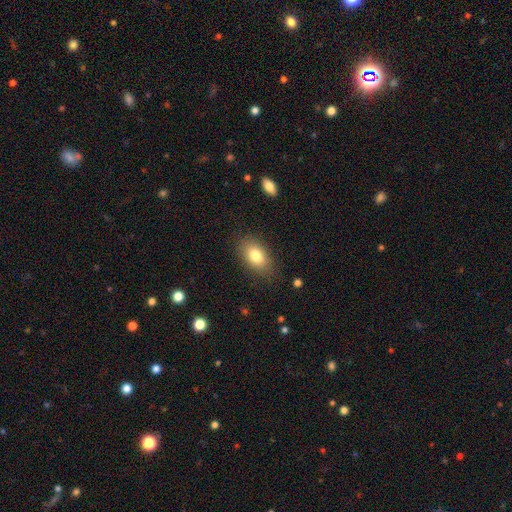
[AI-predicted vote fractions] This appears to be a smooth galaxy with no disk features (80%) that is in between round and cigar-shaped (87%). Merging: none (82%).